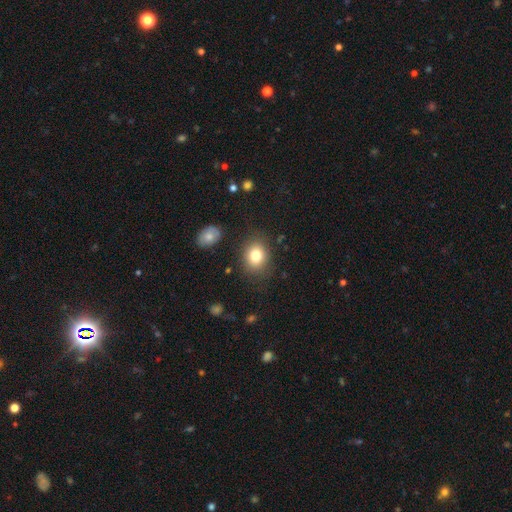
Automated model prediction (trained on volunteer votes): Overall: smooth (80%). How rounded: round (55%; in between 45%). Merging: none (82%).